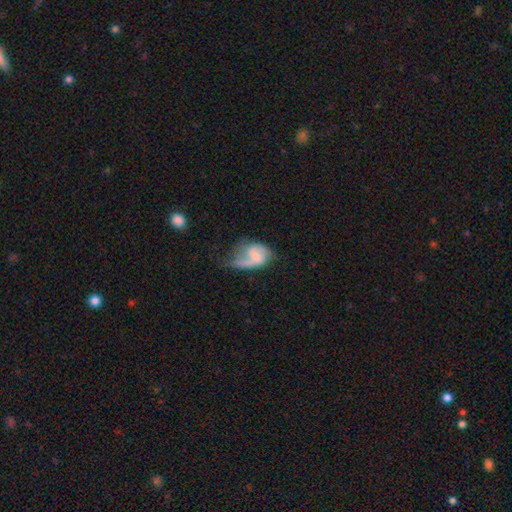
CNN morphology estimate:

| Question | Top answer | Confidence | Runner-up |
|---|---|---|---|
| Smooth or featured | featured or disk | 57% | smooth (36%) |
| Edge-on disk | no | 97% | yes (3%) |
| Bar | no | 49% | weak (39%) |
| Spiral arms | yes | 80% | no (20%) |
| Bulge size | none | 48% | small (25%) |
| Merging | major disturbance | 44% | minor disturbance (27%) |